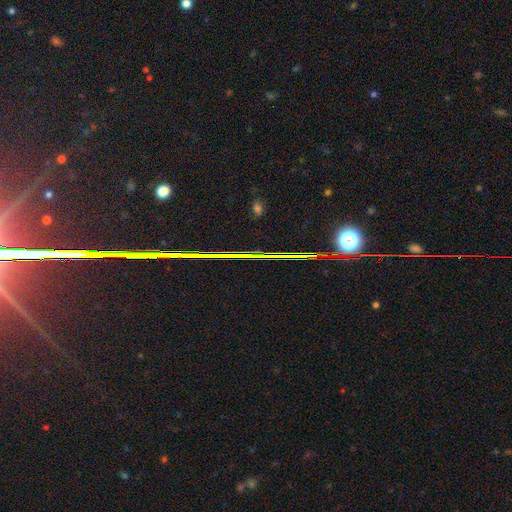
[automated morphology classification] A star or artifact, not a galaxy (85%).